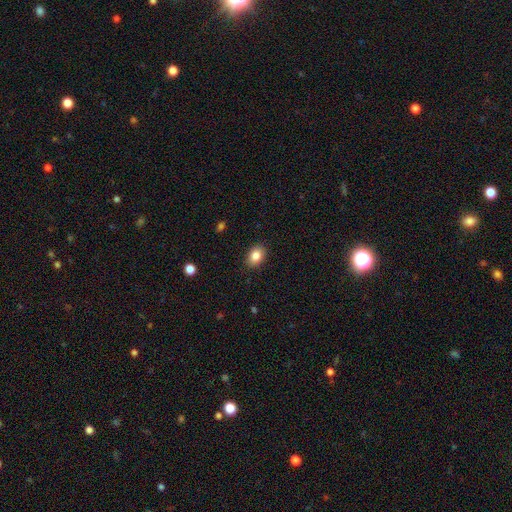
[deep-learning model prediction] A smooth galaxy with no disk features (85%) that is in between round and cigar-shaped (77%). Merging: none (88%).